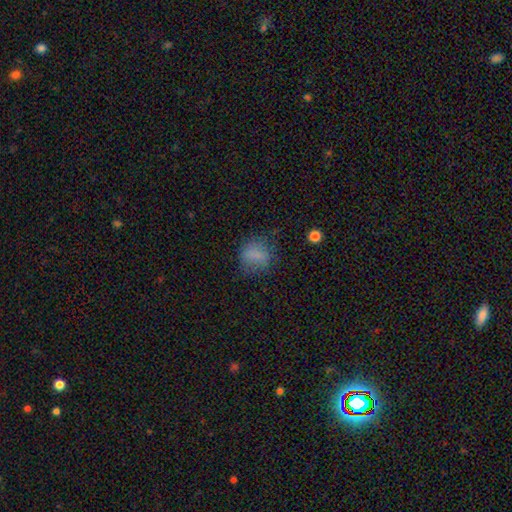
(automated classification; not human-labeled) smooth 77%, star or artifact 12%, featured or disk 10%. Down the decision tree: how rounded — round (58%); merging — none (68%).